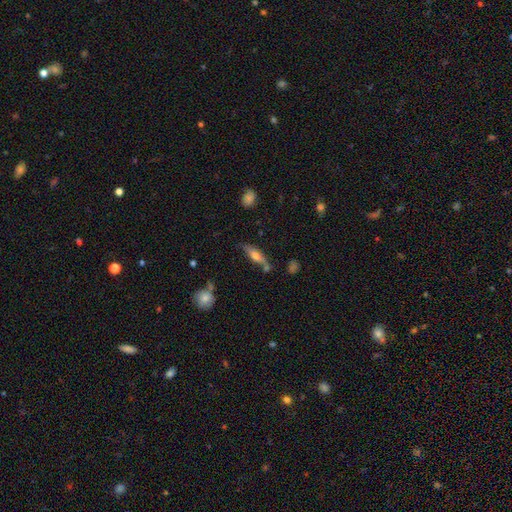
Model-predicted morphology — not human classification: Smooth or featured? Predicted: smooth (p=0.51). How rounded? Predicted: cigar-shaped (p=0.56). Merging? Predicted: none (p=0.64).